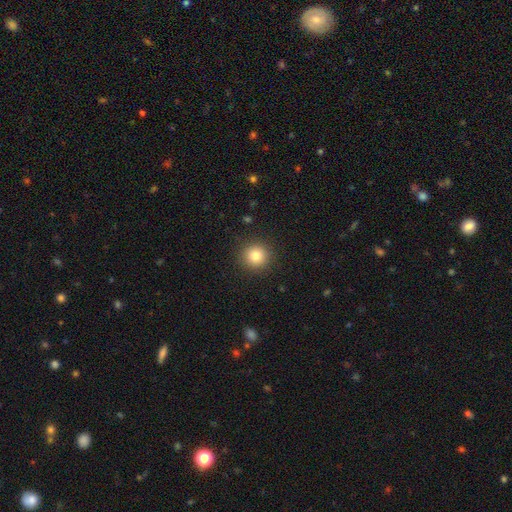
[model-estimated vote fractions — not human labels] smooth-or-featured: smooth: 82% | star or artifact: 11% | featured or disk: 7%
  how-rounded: round: 93% | in between: 6% | cigar-shaped: 1%
  merging: none: 91% | minor disturbance: 6% | major disturbance: 2% | merger: 1%